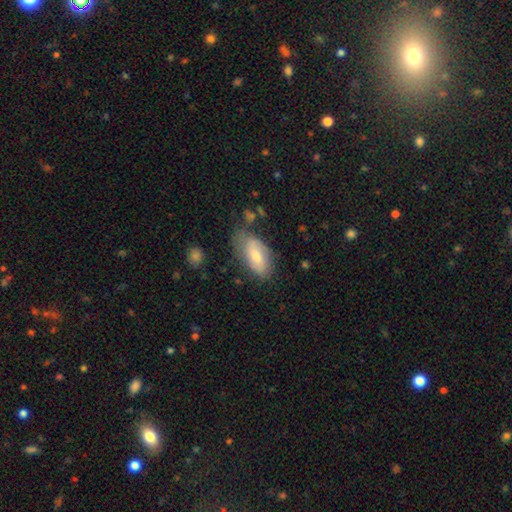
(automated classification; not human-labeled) Overall: smooth (57%; featured or disk 36%). How rounded: in between (89%). Merging: none (59%; minor disturbance 28%).